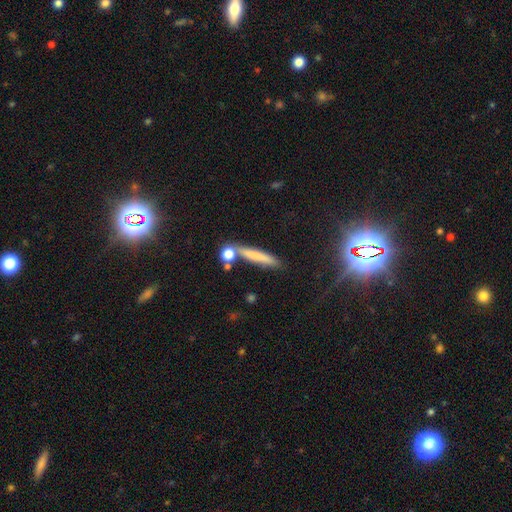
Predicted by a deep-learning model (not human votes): This is likely a smooth galaxy (70%). How rounded: clearly cigar-shaped (84%). Merging: likely none (71%).